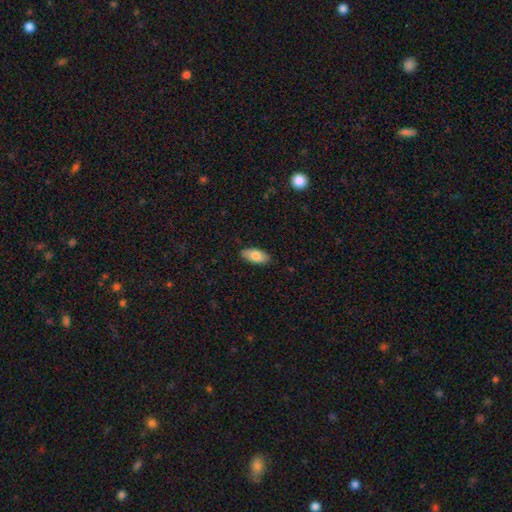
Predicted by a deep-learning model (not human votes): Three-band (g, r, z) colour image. It shows a smooth galaxy with no disk features (78%) that is in between round and cigar-shaped (91%). Merging: none (87%).